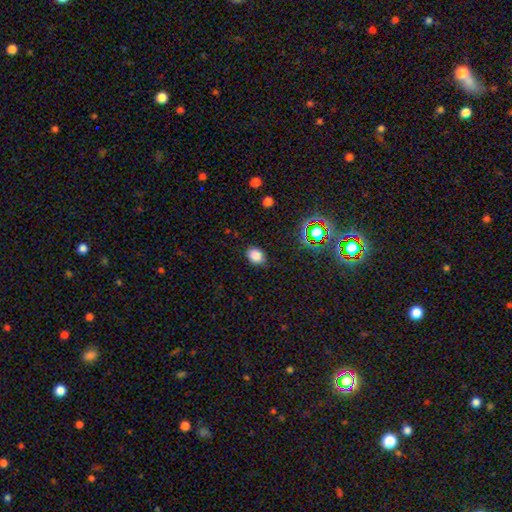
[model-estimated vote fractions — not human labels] smooth_or_featured: smooth (p=0.81) [alt: star or artifact p=0.14]
how_rounded: in between (p=0.58) [alt: round p=0.41]
merging: none (p=0.80) [alt: minor disturbance p=0.15]